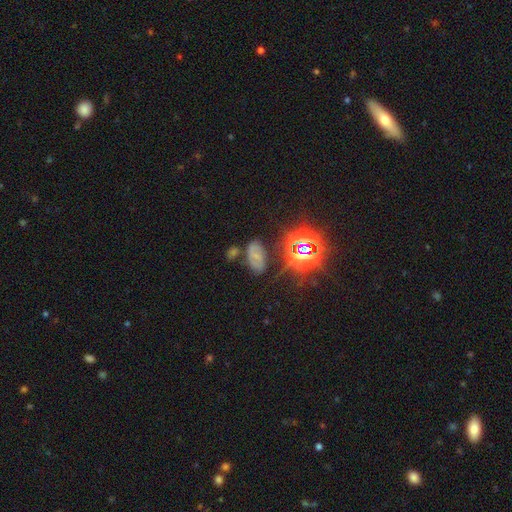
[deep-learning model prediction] smooth-or-featured: smooth: 36% | featured or disk: 34% | star or artifact: 30%
  merging: none: 63% | minor disturbance: 21% | major disturbance: 9% | merger: 7%